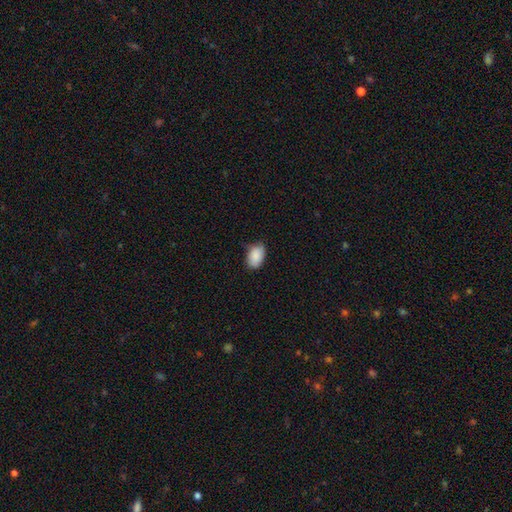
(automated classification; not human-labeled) The model was most divided on "merging": none: 66%, minor disturbance: 28%, major disturbance: 4%, merger: 1%. More confident: how rounded — in between (88%); smooth or featured — smooth (87%).